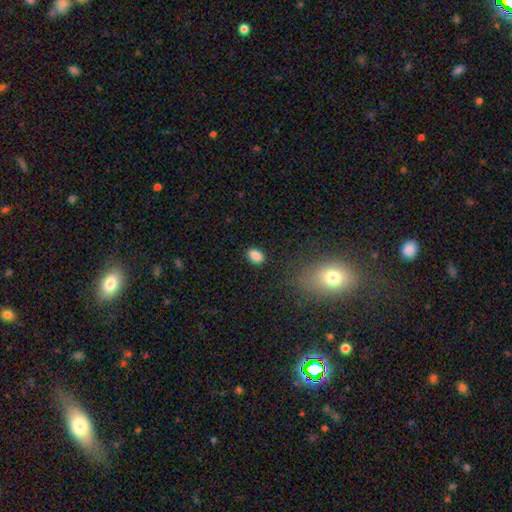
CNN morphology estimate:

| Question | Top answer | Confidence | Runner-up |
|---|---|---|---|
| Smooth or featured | smooth | 86% | star or artifact (10%) |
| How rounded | in between | 80% | round (18%) |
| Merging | none | 86% | minor disturbance (10%) |